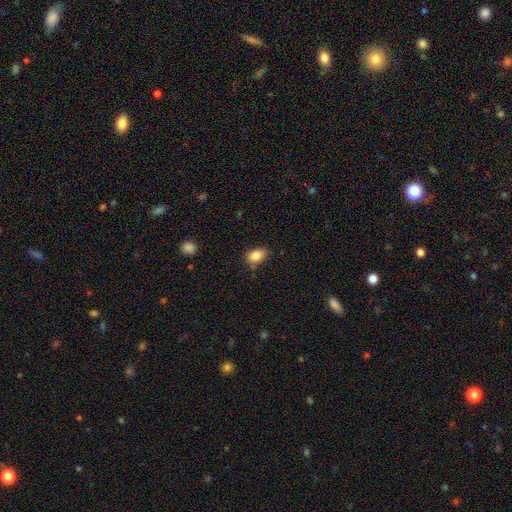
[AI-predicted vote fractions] This appears to be a smooth galaxy with no disk features (85%) that is in between round and cigar-shaped (83%). Merging: none (72%).